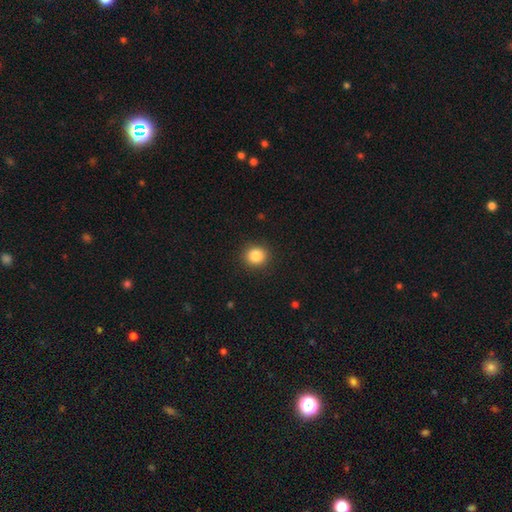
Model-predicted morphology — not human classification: Q: Smooth or featured?
A: smooth (85%); runner-up: star or artifact (10%)
Q: How rounded?
A: round (87%); runner-up: in between (12%)
Q: Merging?
A: none (91%); runner-up: minor disturbance (6%)